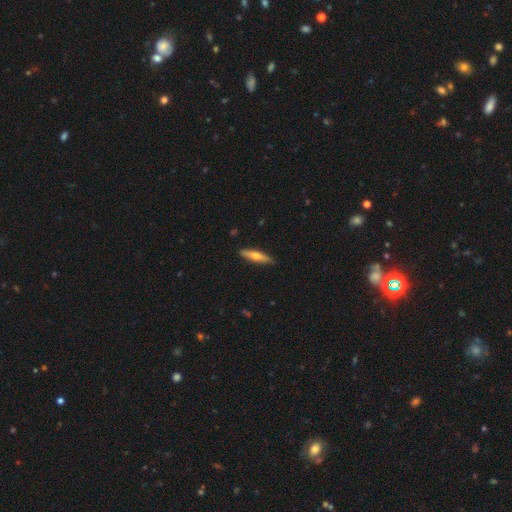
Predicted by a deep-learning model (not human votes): smooth_or_featured: smooth (p=0.53) [alt: featured or disk p=0.41]
how_rounded: cigar-shaped (p=0.80) [alt: in between p=0.18]
merging: none (p=0.88) [alt: minor disturbance p=0.09]